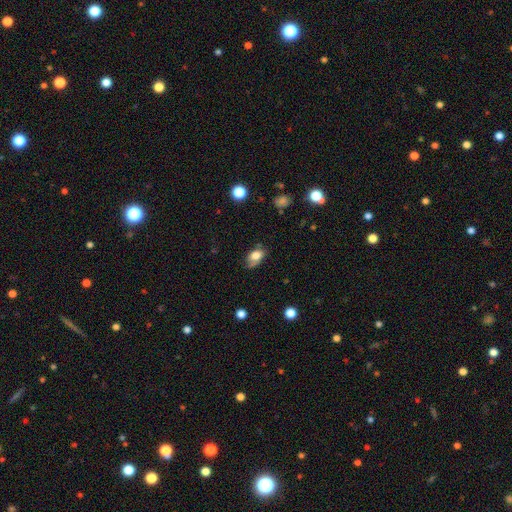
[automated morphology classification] This is likely a smooth galaxy (72%). How rounded: clearly in between (88%). Merging: possibly none (52%).